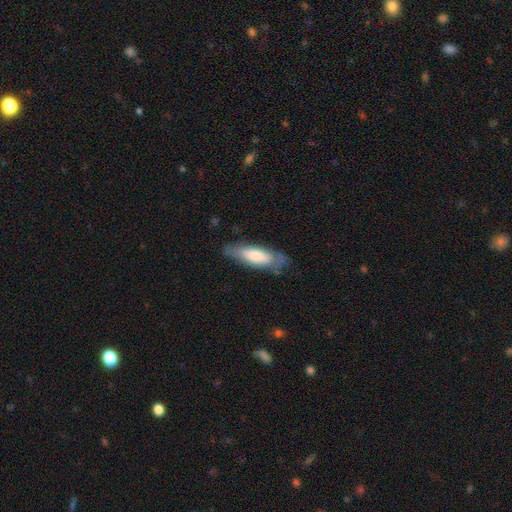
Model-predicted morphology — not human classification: Overall: smooth (62%; featured or disk 31%). How rounded: in between (52%; cigar-shaped 46%). Merging: none (71%).